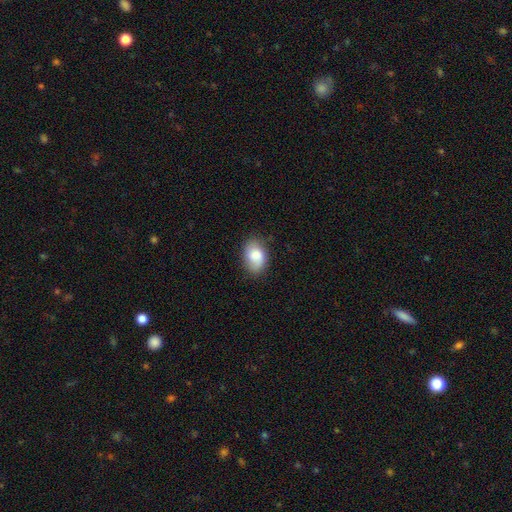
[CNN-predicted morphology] A smooth galaxy with no disk features (80%) that is in between round and cigar-shaped (83%). Merging: none (77%).